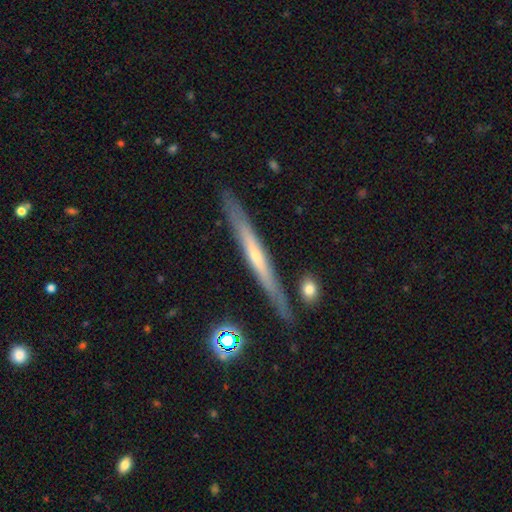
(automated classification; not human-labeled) Smooth or featured? Predicted: featured or disk (p=0.68). Edge-on disk? Predicted: yes (p=0.95). Edge-on bulge? Predicted: none (p=0.52). Merging? Predicted: none (p=0.86).